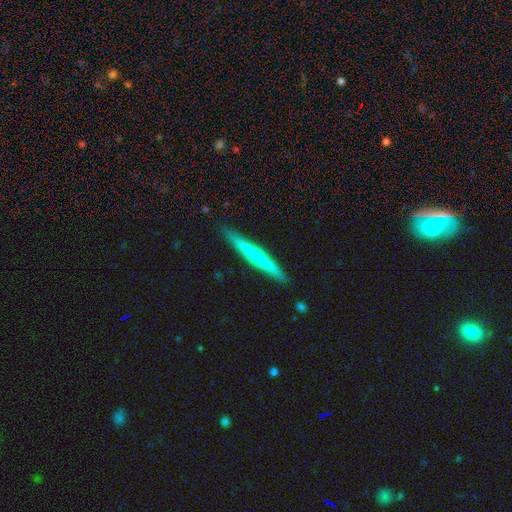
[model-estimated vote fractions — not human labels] Smooth or featured? featured or disk (51%)
Edge-on disk? yes (96%)
Merging? none (91%)